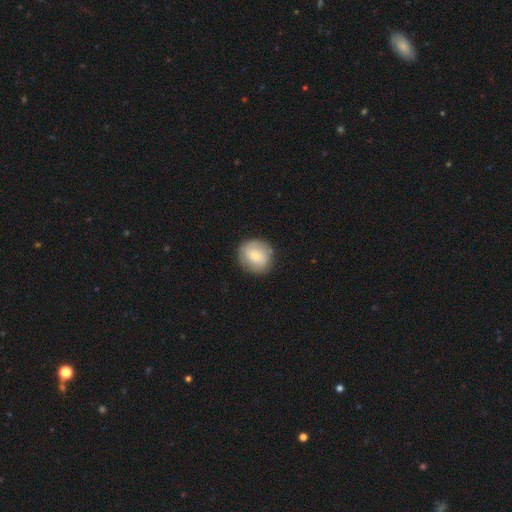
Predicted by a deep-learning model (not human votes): This appears to be a smooth galaxy with no disk features (68%) that is round (83%). Merging: none (83%).